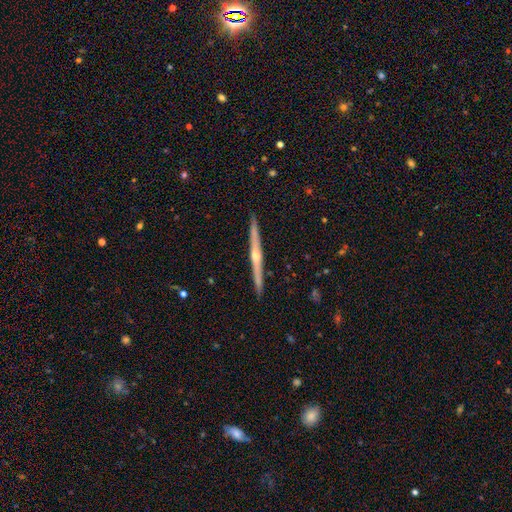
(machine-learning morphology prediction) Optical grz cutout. It shows a featured or disk galaxy (79%) viewed edge-on (98%) with a rounded central bulge (83%). Merging: none (90%).